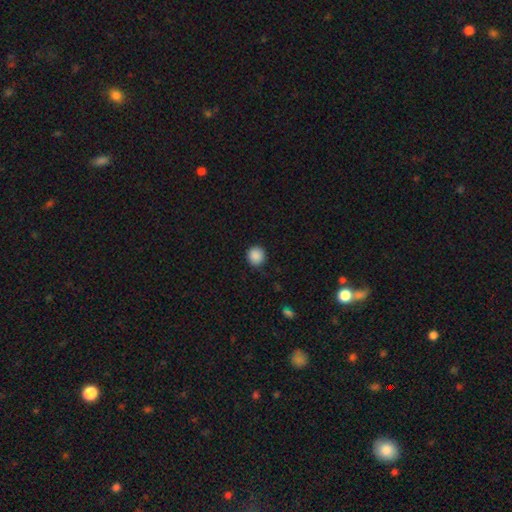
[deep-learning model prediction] Q: Smooth or featured?
A: smooth (89%); runner-up: star or artifact (9%)
Q: How rounded?
A: round (92%); runner-up: in between (7%)
Q: Merging?
A: none (90%); runner-up: minor disturbance (7%)